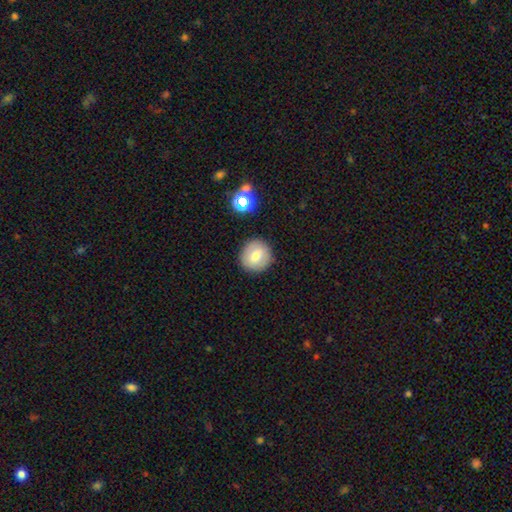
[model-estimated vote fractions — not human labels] Smooth or featured? smooth (69%)
How rounded? round (89%)
Merging? none (87%)